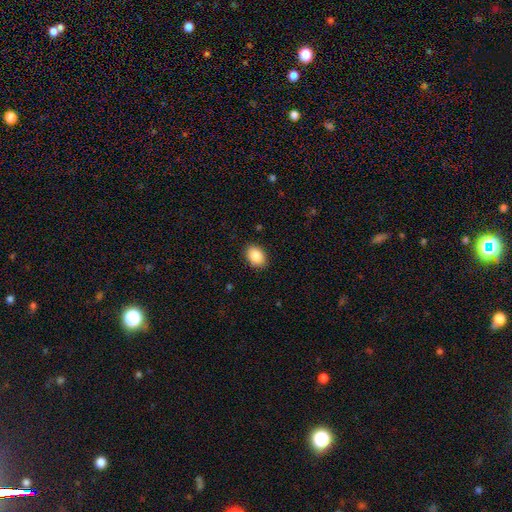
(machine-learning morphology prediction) This is clearly a smooth galaxy (87%). How rounded: likely in between (73%). Merging: clearly none (89%).